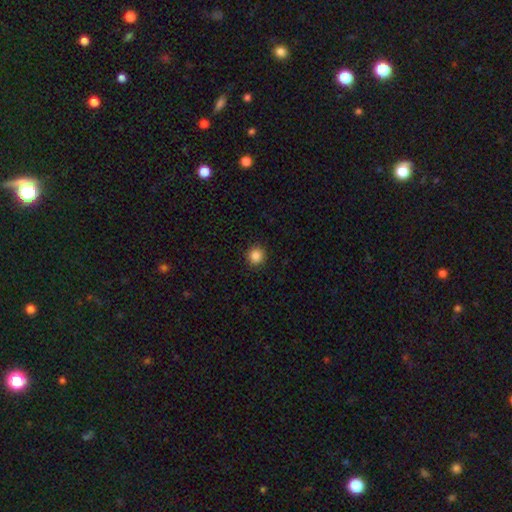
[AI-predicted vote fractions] This appears to be a smooth galaxy with no disk features (86%) that is round (93%). Merging: none (92%).